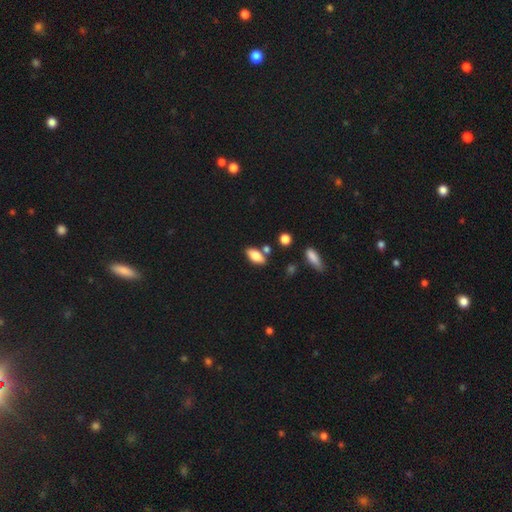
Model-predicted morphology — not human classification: smooth-or-featured: smooth: 80% | featured or disk: 13% | star or artifact: 8%
  how-rounded: in between: 83% | cigar-shaped: 13% | round: 4%
  merging: none: 72% | minor disturbance: 14% | merger: 11% | major disturbance: 3%